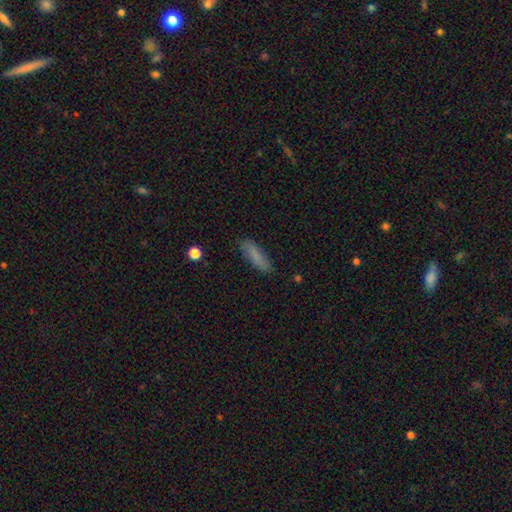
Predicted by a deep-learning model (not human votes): Overall: smooth (81%). How rounded: cigar-shaped (64%; in between 34%). Merging: none (82%).